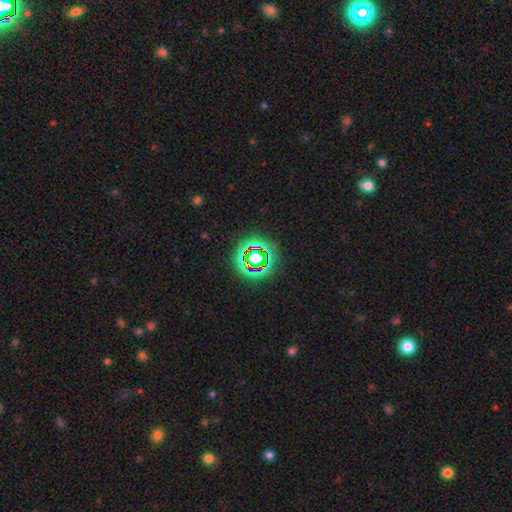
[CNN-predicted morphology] Smooth or featured? star or artifact (70%)